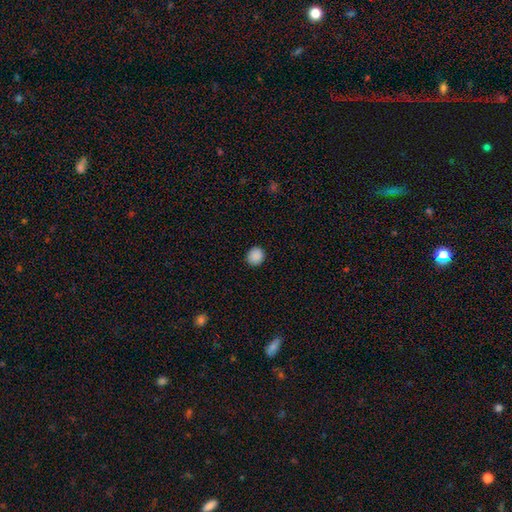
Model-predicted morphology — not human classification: This is clearly a smooth galaxy (89%). How rounded: clearly round (84%). Merging: clearly none (91%).